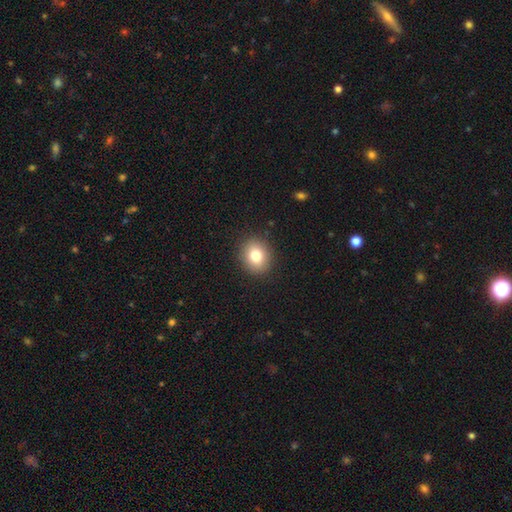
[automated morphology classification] This appears to be a smooth galaxy with no disk features (80%) that is round (66%). Merging: none (89%).